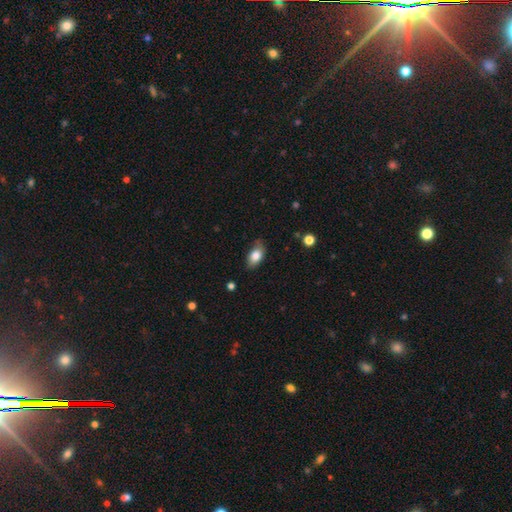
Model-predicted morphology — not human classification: smooth 81%, featured or disk 11%, star or artifact 7%. Down the decision tree: how rounded — in between (90%); merging — none (70%).